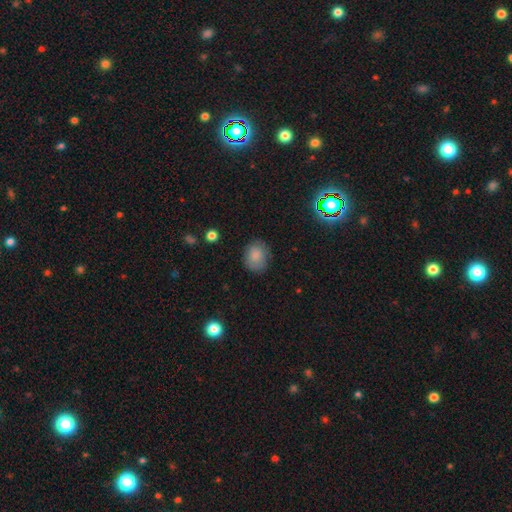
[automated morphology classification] Smooth or featured?
  - smooth: 84% *
  - star or artifact: 9%
  - featured or disk: 7%
How rounded?
  - round: 53% *
  - in between: 46%
  - cigar-shaped: 1%
Merging?
  - none: 81% *
  - minor disturbance: 15%
  - major disturbance: 4%
  - merger: 1%